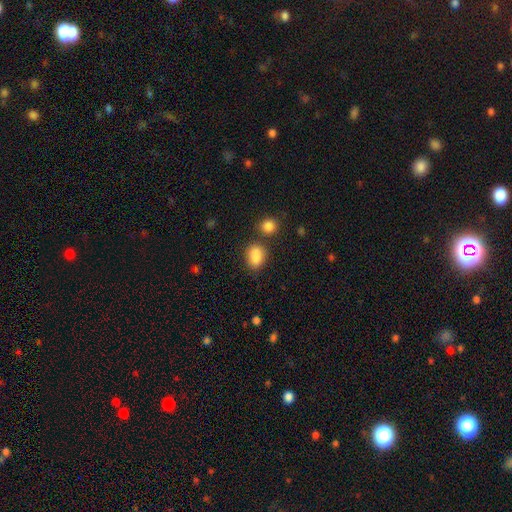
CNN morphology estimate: A smooth galaxy with no disk features (85%) that is in between round and cigar-shaped (74%). Merging: none (61%).